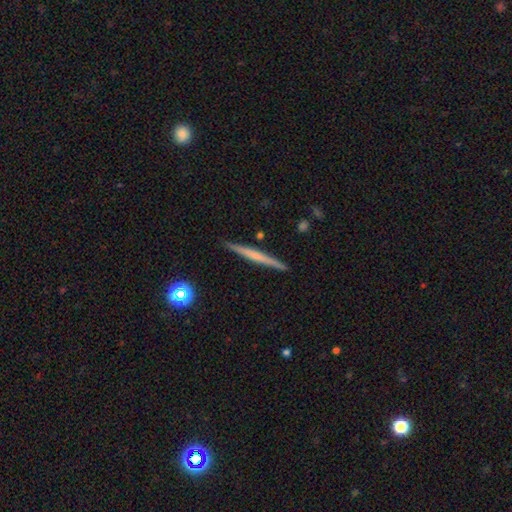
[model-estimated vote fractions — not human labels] Morphology: type=featured or disk (52%); edge-on=yes (98%); edge-on bulge=none (71%); merging=none (91%).